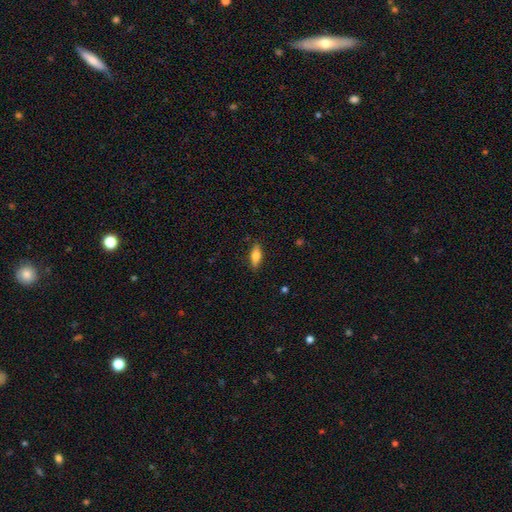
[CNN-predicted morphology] smooth 70%, featured or disk 23%, star or artifact 7%. Down the decision tree: how rounded — in between (68%); merging — none (86%).